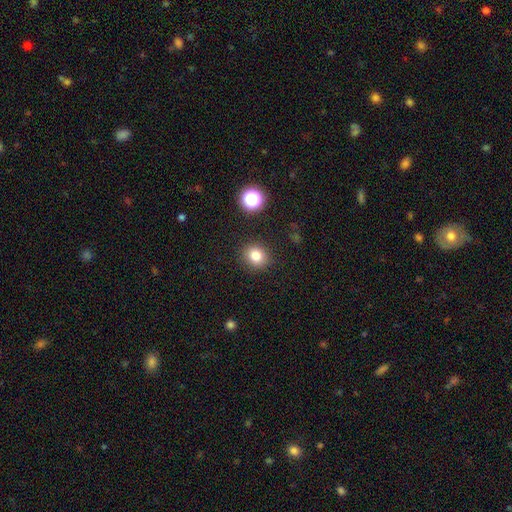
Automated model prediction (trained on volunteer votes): Smooth or featured?
  - smooth: 80% *
  - star or artifact: 13%
  - featured or disk: 7%
How rounded?
  - round: 75% *
  - in between: 24%
  - cigar-shaped: 1%
Merging?
  - none: 88% *
  - minor disturbance: 8%
  - major disturbance: 3%
  - merger: 2%